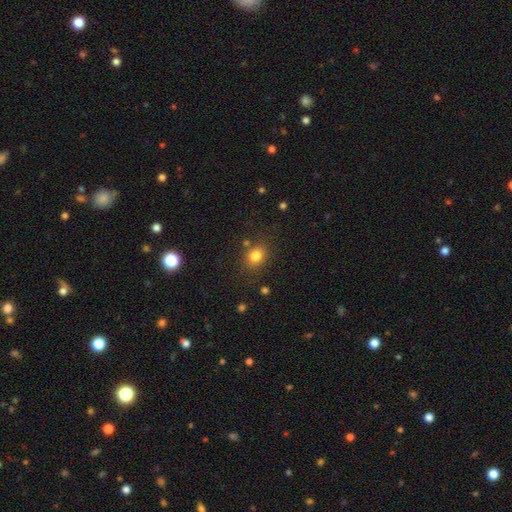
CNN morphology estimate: smooth_or_featured: smooth (p=0.80) [alt: star or artifact p=0.13]
how_rounded: round (p=0.58) [alt: in between p=0.41]
merging: none (p=0.77) [alt: minor disturbance p=0.13]